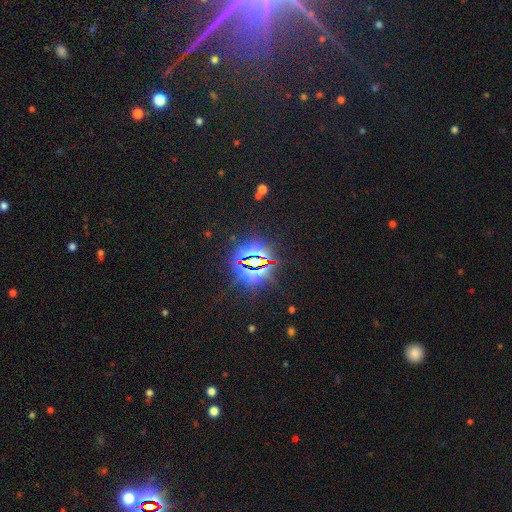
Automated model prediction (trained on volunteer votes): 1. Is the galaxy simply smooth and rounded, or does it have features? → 85% star or artifact, 8% smooth, 7% featured or disk.